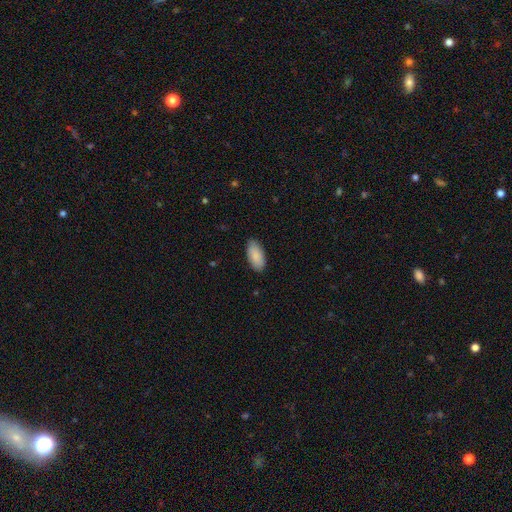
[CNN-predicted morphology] type=smooth (90%); roundness=in between (93%); merging=none (86%).